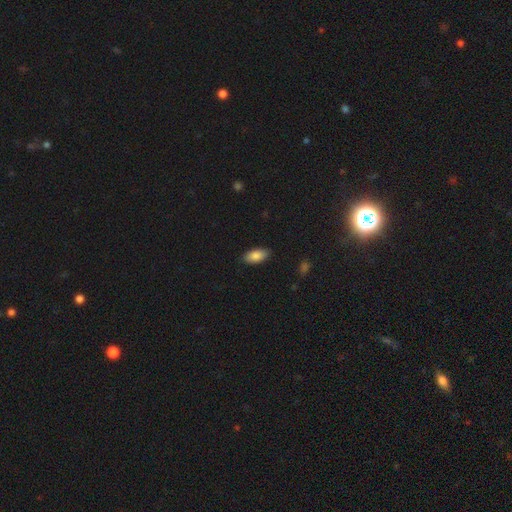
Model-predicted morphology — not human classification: This is clearly a smooth galaxy (85%). How rounded: clearly in between (91%). Merging: clearly none (88%).